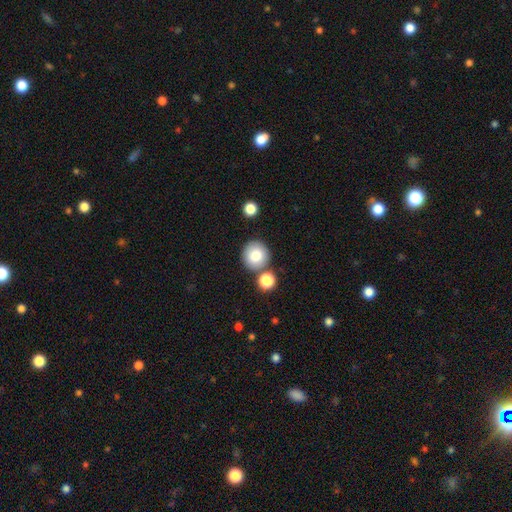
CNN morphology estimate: This is clearly a smooth galaxy (81%). How rounded: clearly round (91%). Merging: likely none (77%).